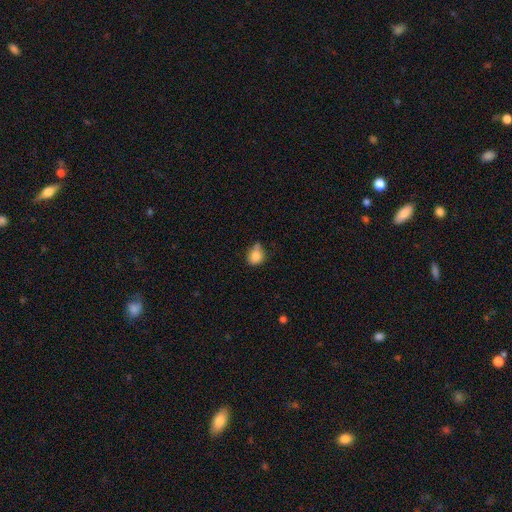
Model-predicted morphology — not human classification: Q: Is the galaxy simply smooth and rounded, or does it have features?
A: smooth — 83%.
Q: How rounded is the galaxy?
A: round — 54%.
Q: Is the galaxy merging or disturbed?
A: none — 45%.